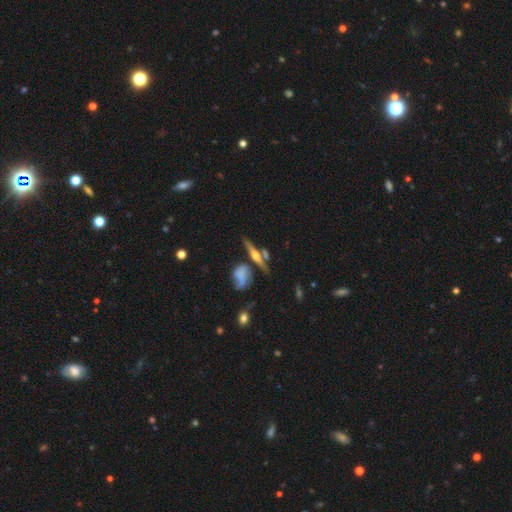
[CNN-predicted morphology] Q: Smooth or featured?
A: featured or disk (70%); runner-up: smooth (21%)
Q: Edge-on disk?
A: yes (92%); runner-up: no (8%)
Q: Edge-on bulge?
A: rounded (88%); runner-up: boxy (7%)
Q: Merging?
A: none (64%); runner-up: merger (16%)